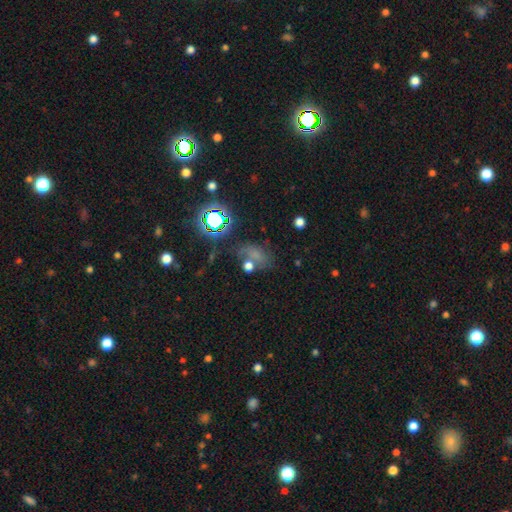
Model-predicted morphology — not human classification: Smooth or featured: smooth — 45% (star or artifact — 39%)
Merging: none — 54% (minor disturbance — 20%)